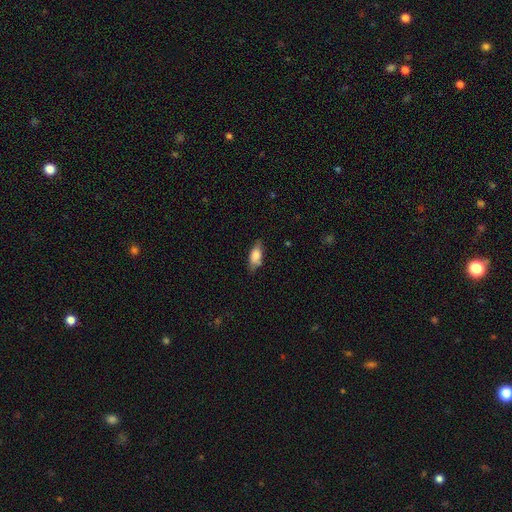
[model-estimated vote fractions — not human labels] This appears to be a smooth galaxy with no disk features (77%) that is in between round and cigar-shaped (81%). Merging: none (70%).